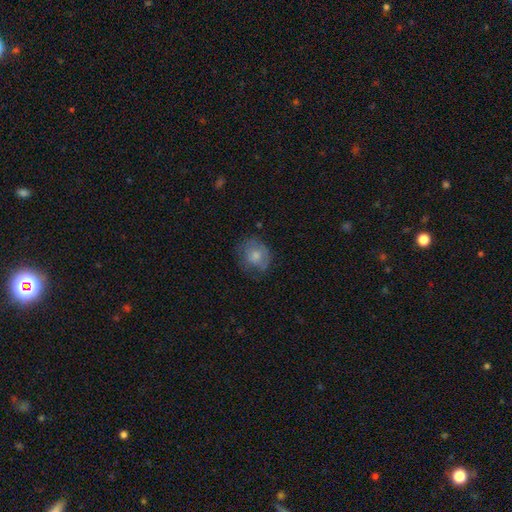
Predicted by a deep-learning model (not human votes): The model was most divided on "merging": none: 59%, minor disturbance: 26%, major disturbance: 13%, merger: 2%. More confident: how rounded — round (71%); smooth or featured — smooth (67%).